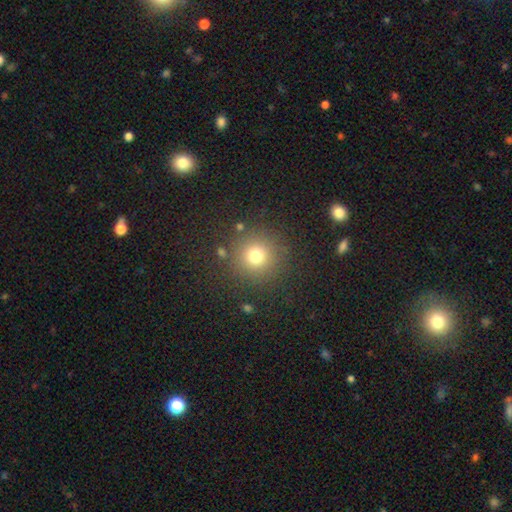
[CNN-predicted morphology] Smooth or featured? Predicted: smooth (p=0.75). How rounded? Predicted: round (p=0.95). Merging? Predicted: none (p=0.86).